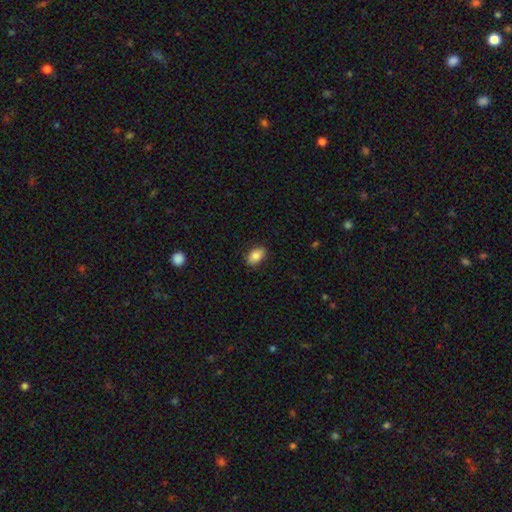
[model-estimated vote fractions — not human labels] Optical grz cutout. It shows a smooth galaxy with no disk features (85%) that is in between round and cigar-shaped (89%). Merging: none (86%).